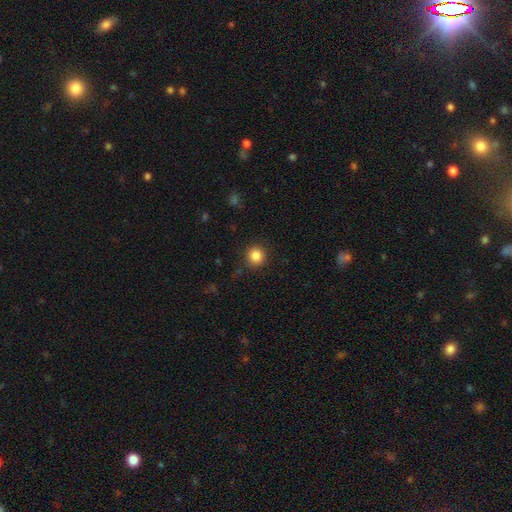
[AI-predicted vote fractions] A smooth galaxy with no disk features (85%) that is round (92%). Merging: none (89%).